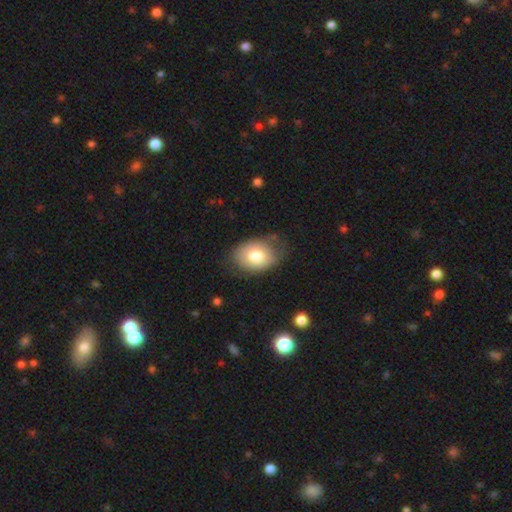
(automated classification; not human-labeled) Morphology: type=smooth (76%); roundness=in between (77%); merging=none (64%).